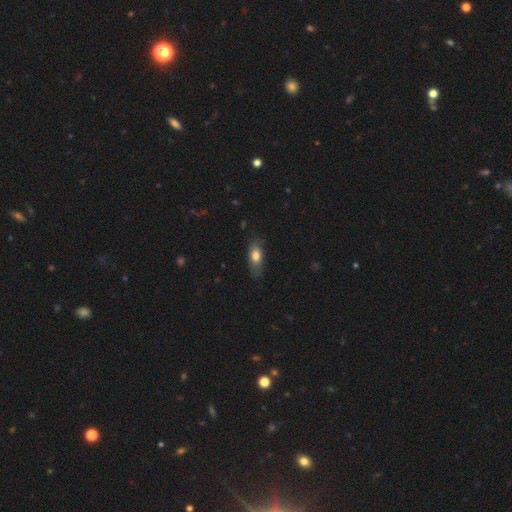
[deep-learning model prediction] A smooth galaxy with no disk features (77%) that is in between round and cigar-shaped (80%).

Vote fractions:
- Smooth or featured? smooth: 77% / featured or disk: 16% / star or artifact: 7%
- How rounded? in between: 80% / cigar-shaped: 15% / round: 6%
- Merging? none: 73% / minor disturbance: 21% / major disturbance: 5% / merger: 1%